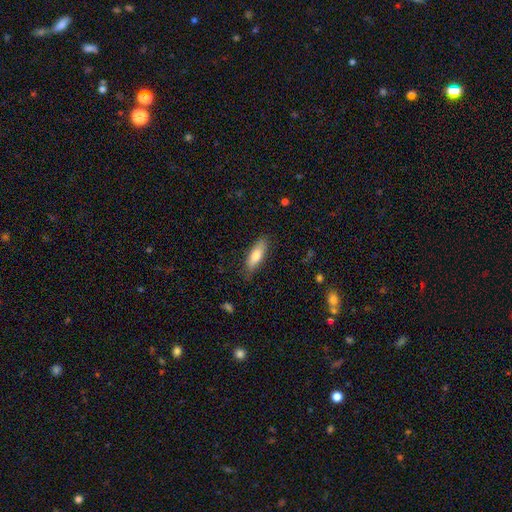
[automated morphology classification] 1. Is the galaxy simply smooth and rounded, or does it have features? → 74% smooth, 20% featured or disk, 6% star or artifact.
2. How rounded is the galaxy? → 57% in between, 41% cigar-shaped, 2% round.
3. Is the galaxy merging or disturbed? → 81% none, 15% minor disturbance, 3% major disturbance, 1% merger.